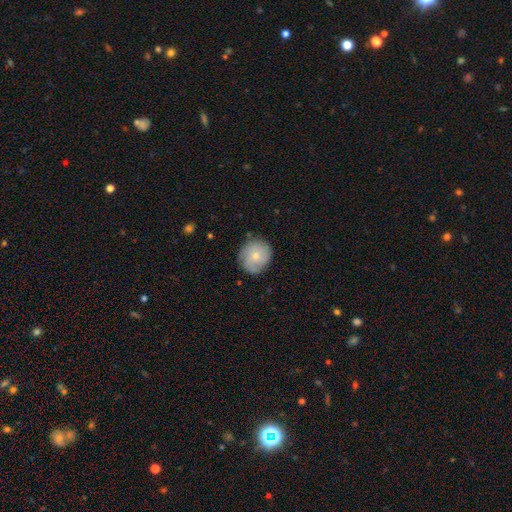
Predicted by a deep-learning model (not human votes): smooth 58%, featured or disk 34%, star or artifact 8%. Down the decision tree: how rounded — round (87%); merging — none (78%).